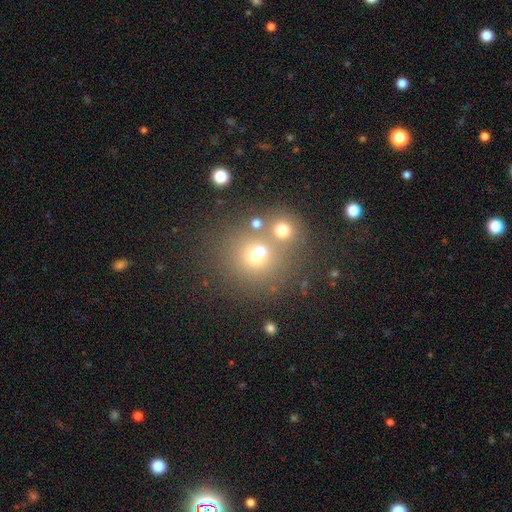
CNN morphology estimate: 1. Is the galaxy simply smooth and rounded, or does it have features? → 61% smooth, 22% star or artifact, 17% featured or disk.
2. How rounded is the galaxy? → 83% round, 16% in between, 1% cigar-shaped.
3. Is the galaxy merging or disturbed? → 51% none, 35% merger, 8% minor disturbance, 5% major disturbance.